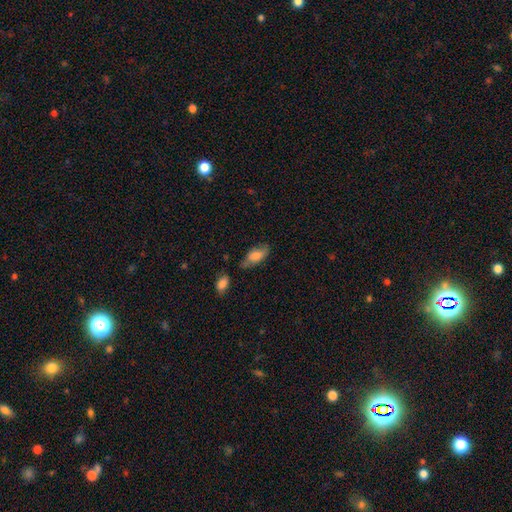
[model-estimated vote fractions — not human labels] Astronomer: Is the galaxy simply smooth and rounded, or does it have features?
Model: smooth — 73%.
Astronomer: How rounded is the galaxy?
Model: in between — 85%.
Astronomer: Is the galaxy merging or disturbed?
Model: none — 61%.